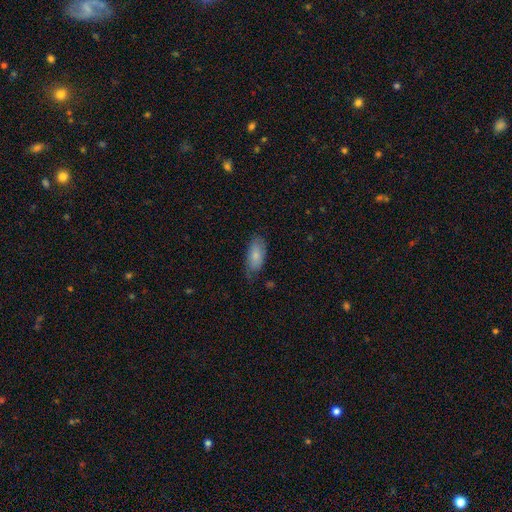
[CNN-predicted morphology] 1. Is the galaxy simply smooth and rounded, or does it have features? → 77% smooth, 16% featured or disk, 6% star or artifact.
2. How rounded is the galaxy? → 89% in between, 9% cigar-shaped, 2% round.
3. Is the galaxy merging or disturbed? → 63% none, 29% minor disturbance, 7% major disturbance, 1% merger.